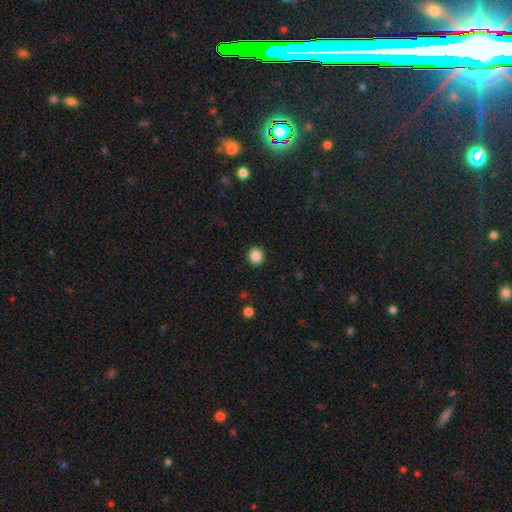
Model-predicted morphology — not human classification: Smooth or featured? Predicted: smooth (p=0.87). How rounded? Predicted: round (p=0.92). Merging? Predicted: none (p=0.92).